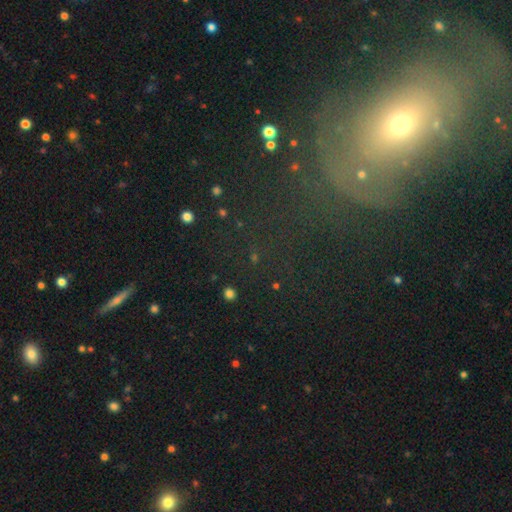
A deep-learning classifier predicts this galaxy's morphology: Smooth or featured? Predicted: star or artifact (p=0.56).